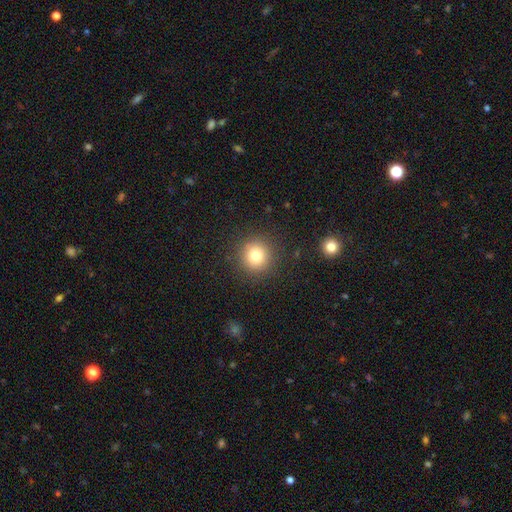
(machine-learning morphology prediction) A smooth galaxy with no disk features (79%) that is round (94%). Merging: none (89%).